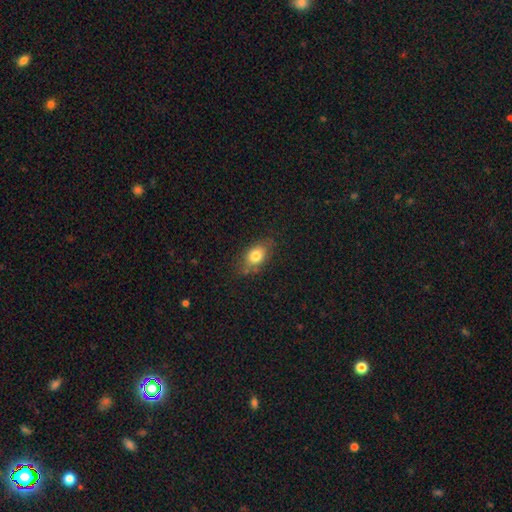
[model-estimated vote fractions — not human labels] Overall: smooth (78%). How rounded: in between (75%). Merging: none (74%).